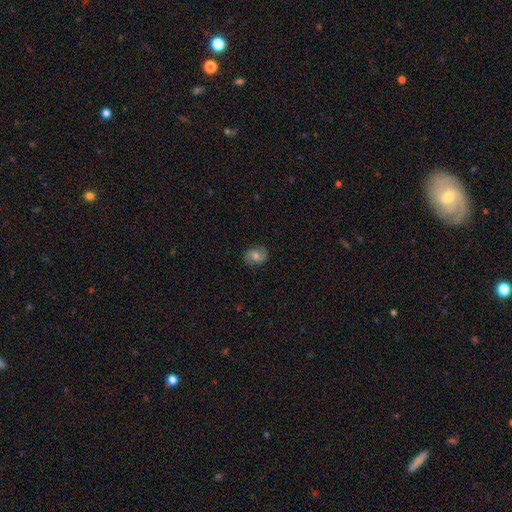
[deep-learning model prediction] This is possibly a smooth galaxy (59%). How rounded: likely round (61%). Merging: clearly none (85%).